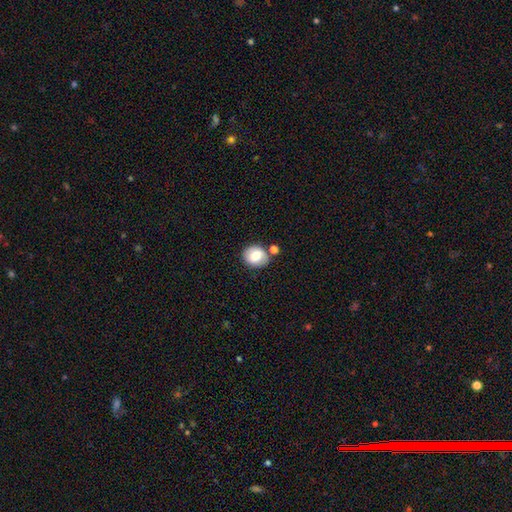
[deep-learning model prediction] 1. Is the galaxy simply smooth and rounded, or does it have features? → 75% smooth, 16% featured or disk, 9% star or artifact.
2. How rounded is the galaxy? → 67% round, 32% in between, 1% cigar-shaped.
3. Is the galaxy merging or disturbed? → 73% none, 13% minor disturbance, 11% merger, 3% major disturbance.